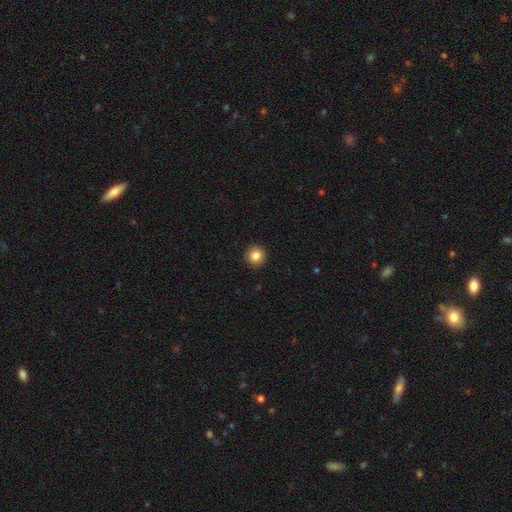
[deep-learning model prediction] Smooth or featured? smooth (84%)
How rounded? round (94%)
Merging? none (93%)